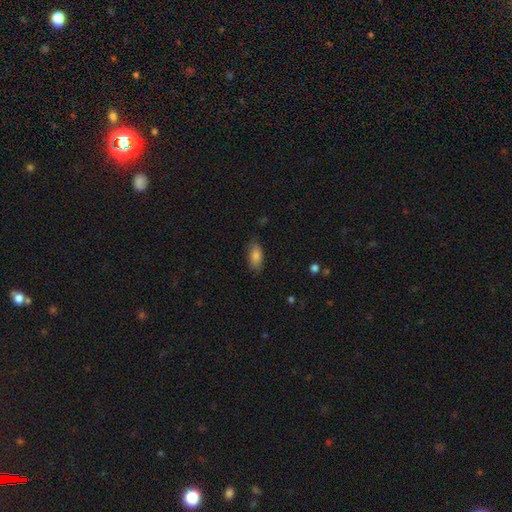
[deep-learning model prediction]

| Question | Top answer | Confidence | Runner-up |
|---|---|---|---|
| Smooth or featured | smooth | 84% | featured or disk (9%) |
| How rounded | in between | 89% | cigar-shaped (8%) |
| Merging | none | 78% | minor disturbance (17%) |